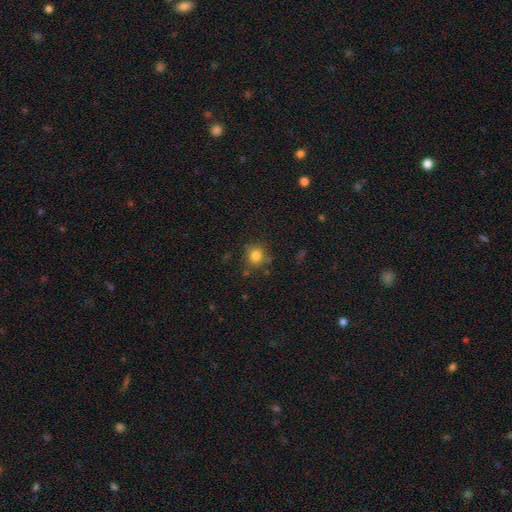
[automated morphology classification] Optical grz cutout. It shows a smooth galaxy with no disk features (81%) that is round (84%). Merging: none (79%).